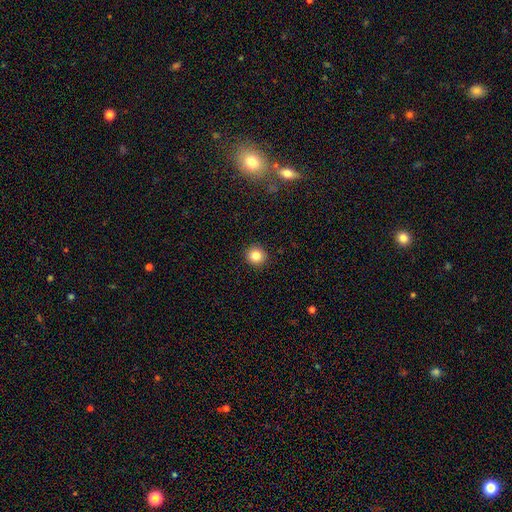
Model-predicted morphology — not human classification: The model was most divided on "smooth or featured": smooth: 85%, star or artifact: 10%, featured or disk: 5%. More confident: how rounded — round (93%); merging — none (92%).